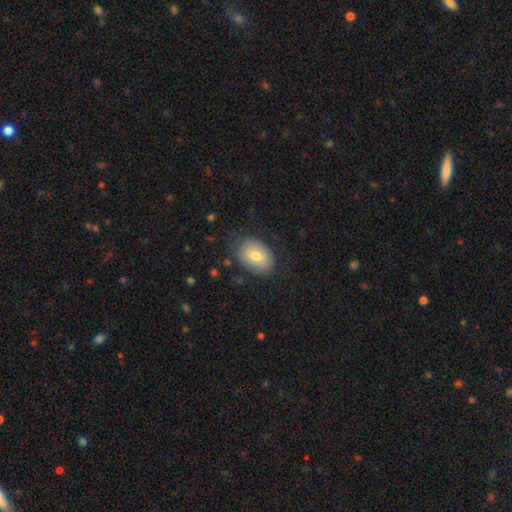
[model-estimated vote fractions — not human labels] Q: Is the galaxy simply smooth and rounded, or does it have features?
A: smooth — 72%.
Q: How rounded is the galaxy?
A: in between — 80%.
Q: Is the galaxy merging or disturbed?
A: none — 74%.